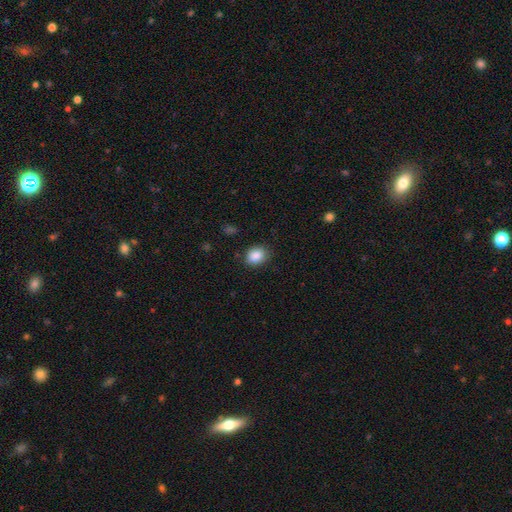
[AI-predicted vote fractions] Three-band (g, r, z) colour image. It shows a smooth galaxy with no disk features (88%) that is in between round and cigar-shaped (51%). Merging: none (83%).